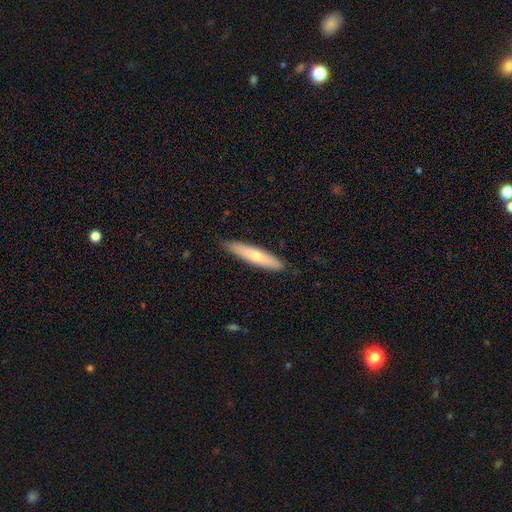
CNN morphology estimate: Smooth or featured? Predicted: smooth (p=0.51). How rounded? Predicted: cigar-shaped (p=0.88). Merging? Predicted: none (p=0.89).